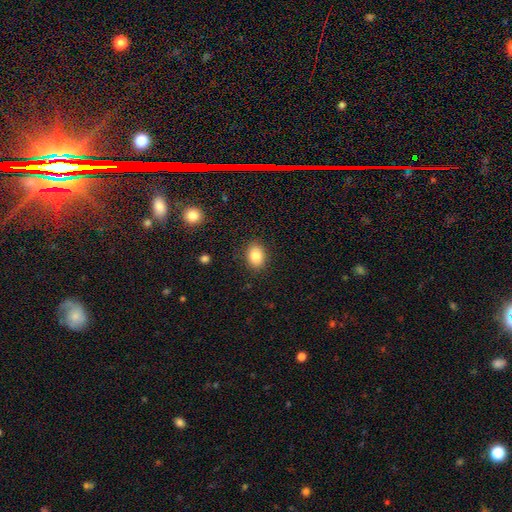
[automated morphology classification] Overall: smooth (85%). How rounded: in between (67%; round 32%). Merging: none (88%).